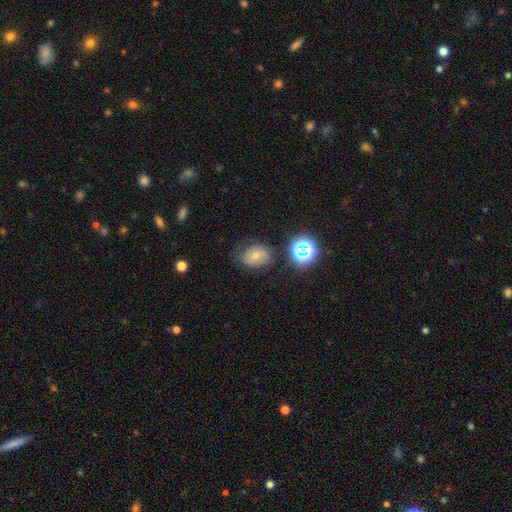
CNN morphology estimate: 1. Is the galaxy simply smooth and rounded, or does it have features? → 53% smooth, 29% featured or disk, 18% star or artifact.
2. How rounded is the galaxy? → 57% in between, 42% round, 1% cigar-shaped.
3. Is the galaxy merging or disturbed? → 58% none, 27% minor disturbance, 11% major disturbance, 4% merger.